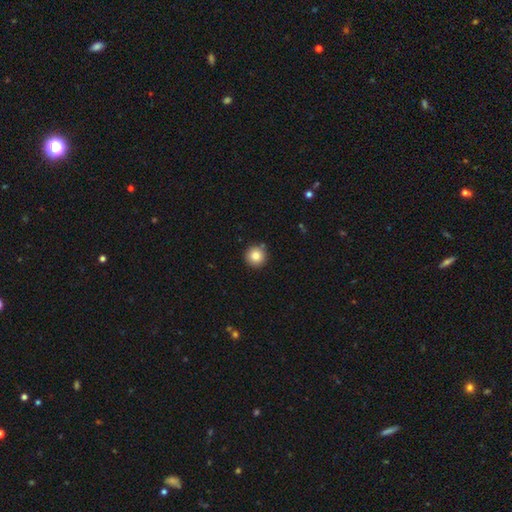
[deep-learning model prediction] smooth-or-featured: smooth: 84% | star or artifact: 10% | featured or disk: 7%
  how-rounded: round: 96% | in between: 3% | cigar-shaped: 1%
  merging: none: 88% | minor disturbance: 7% | merger: 3% | major disturbance: 2%